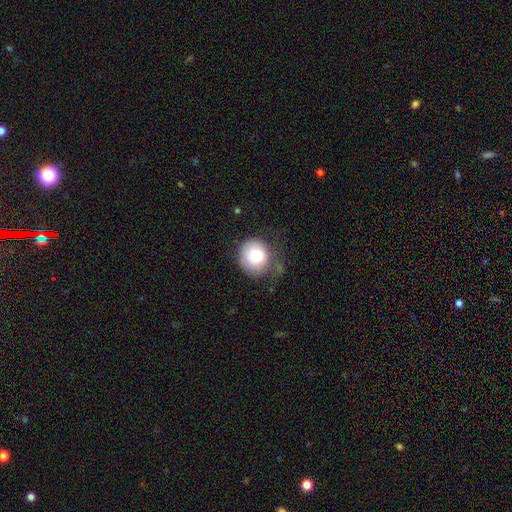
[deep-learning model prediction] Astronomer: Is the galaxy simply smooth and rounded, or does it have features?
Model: smooth — 80%.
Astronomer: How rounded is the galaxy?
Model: round — 83%.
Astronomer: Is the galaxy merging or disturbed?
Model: none — 46% (runner-up: minor disturbance, 32%).